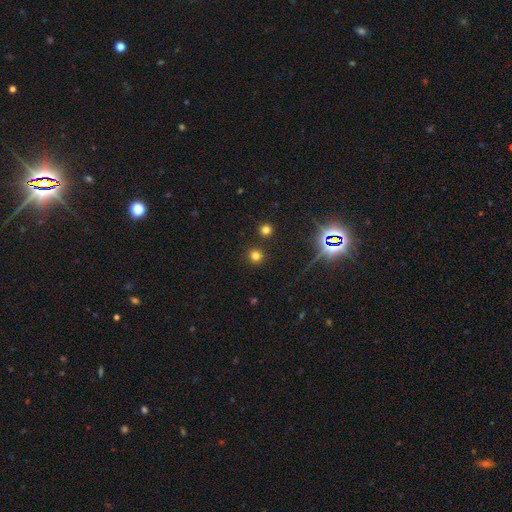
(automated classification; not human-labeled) Morphology: type=smooth (73%); roundness=round (93%); merging=none (88%).